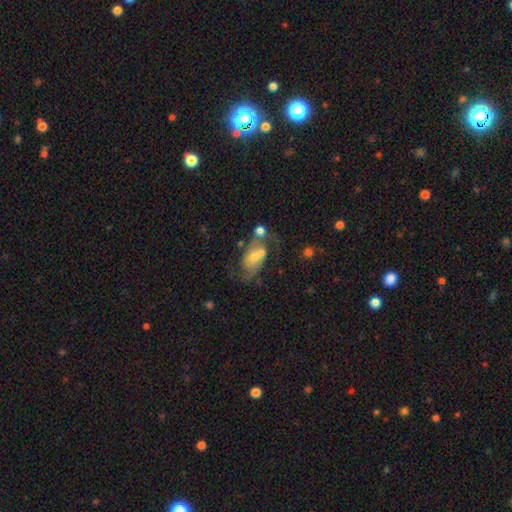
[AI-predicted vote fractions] Smooth or featured? featured or disk (60%)
Edge-on disk? no (96%)
Bar? no (66%)
Spiral arms? yes (76%)
Bulge size? moderate (47%)
Merging? merger (33%)